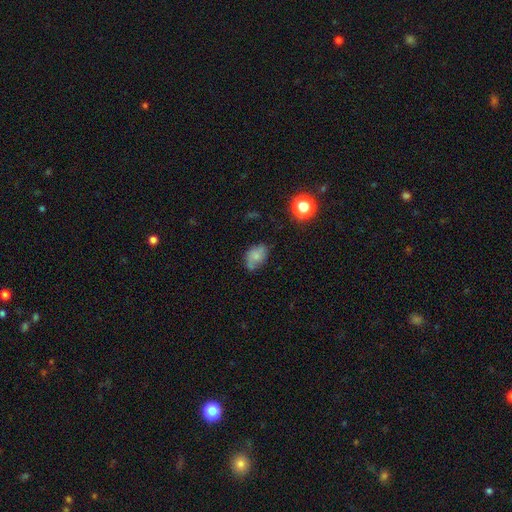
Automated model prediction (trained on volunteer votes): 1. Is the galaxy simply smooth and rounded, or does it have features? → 68% smooth, 20% featured or disk, 12% star or artifact.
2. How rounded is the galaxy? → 82% in between, 17% round, 1% cigar-shaped.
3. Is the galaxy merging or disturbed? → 55% none, 30% minor disturbance, 10% major disturbance, 4% merger.